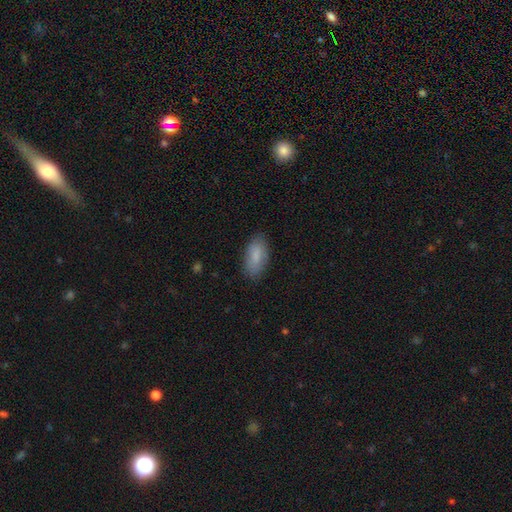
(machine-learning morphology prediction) Smooth or featured: smooth — 82% (featured or disk — 12%)
How rounded: in between — 90% (cigar-shaped — 7%)
Merging: none — 82% (minor disturbance — 14%)